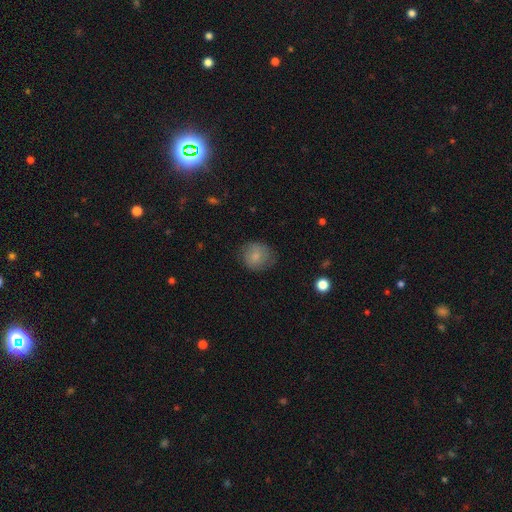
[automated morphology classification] Overall: smooth (73%). How rounded: round (83%). Merging: none (72%).